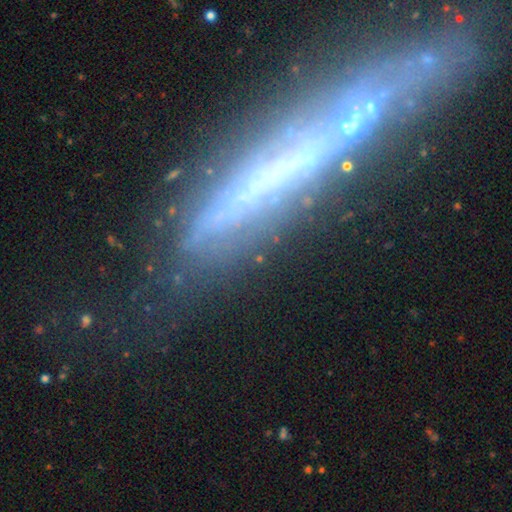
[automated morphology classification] A featured or disk galaxy (62%) viewed edge-on (76%).

Vote fractions:
- Smooth or featured? featured or disk: 62% / smooth: 23% / star or artifact: 16%
- Edge-on disk? yes: 76% / no: 24%
- Merging? none: 67% / minor disturbance: 18% / major disturbance: 9% / merger: 6%